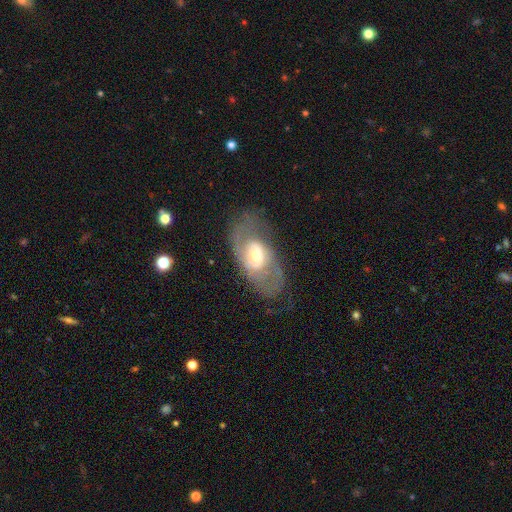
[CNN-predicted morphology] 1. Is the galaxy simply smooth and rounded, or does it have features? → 70% featured or disk, 23% smooth, 7% star or artifact.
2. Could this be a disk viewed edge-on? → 92% no, 8% yes.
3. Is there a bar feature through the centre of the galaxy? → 49% no, 37% weak, 14% strong.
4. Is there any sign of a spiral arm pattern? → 69% yes, 31% no.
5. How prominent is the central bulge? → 52% moderate, 36% small, 9% large, 2% dominant, 1% none.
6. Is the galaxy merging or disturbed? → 65% none, 18% minor disturbance, 15% major disturbance, 2% merger.